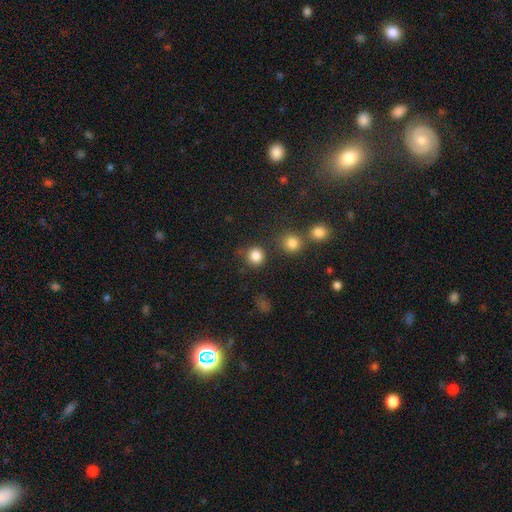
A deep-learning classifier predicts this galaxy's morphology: A smooth galaxy with no disk features (84%) that is round (91%). Merging: none (83%).